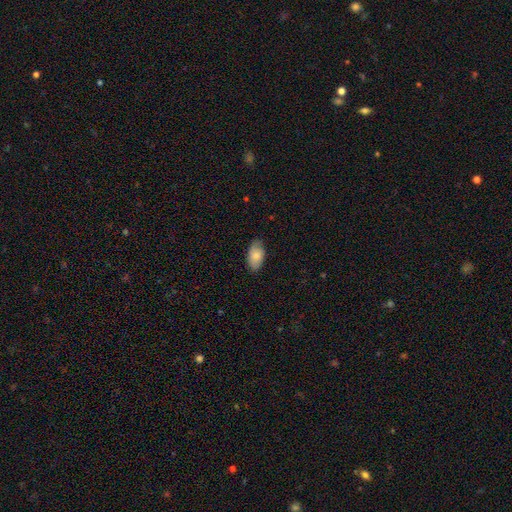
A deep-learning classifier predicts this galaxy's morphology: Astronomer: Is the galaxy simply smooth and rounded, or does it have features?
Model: smooth — 81%.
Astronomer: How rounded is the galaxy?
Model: in between — 94%.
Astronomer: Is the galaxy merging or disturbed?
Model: none — 78%.